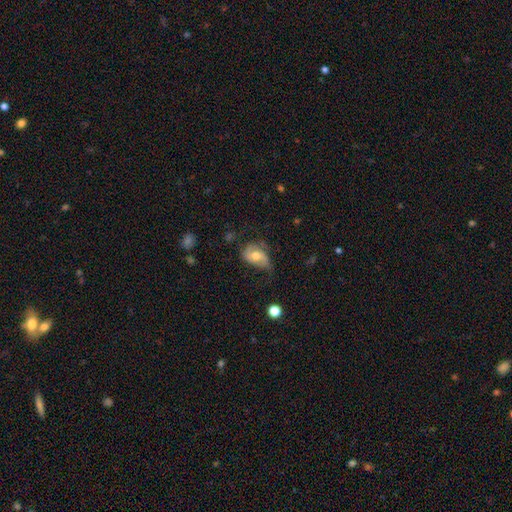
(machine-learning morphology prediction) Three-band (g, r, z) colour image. It shows a featured or disk galaxy (47%). Merging: minor disturbance (37%).